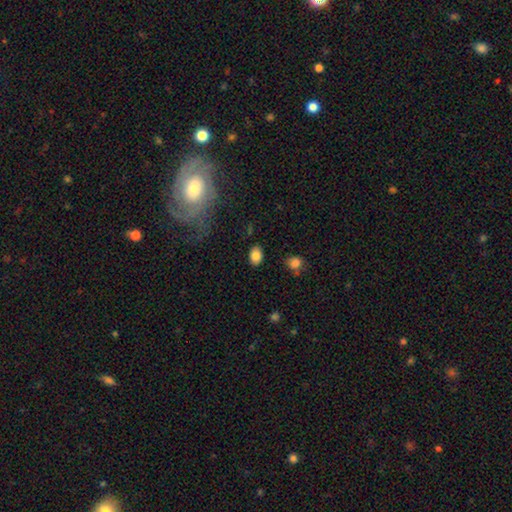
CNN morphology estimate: smooth-or-featured: smooth: 84% | star or artifact: 9% | featured or disk: 6%
  how-rounded: in between: 75% | round: 23% | cigar-shaped: 1%
  merging: none: 86% | minor disturbance: 10% | major disturbance: 3% | merger: 2%